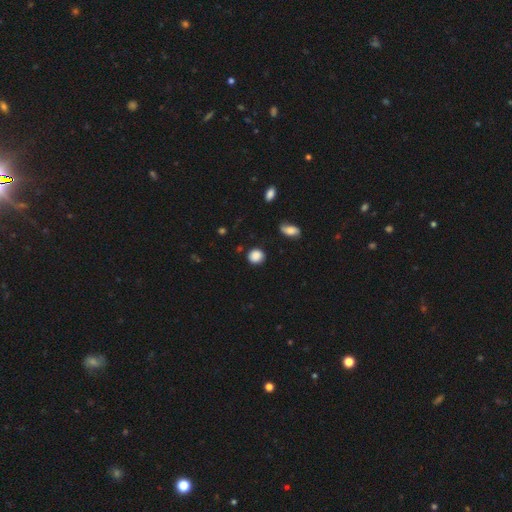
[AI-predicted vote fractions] Smooth or featured? Predicted: smooth (p=0.86). How rounded? Predicted: round (p=0.82). Merging? Predicted: none (p=0.84).